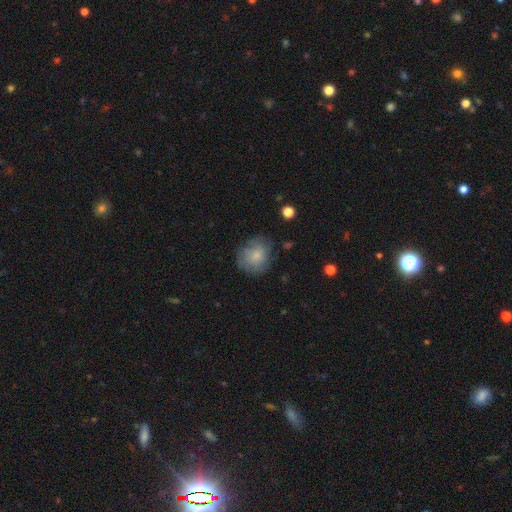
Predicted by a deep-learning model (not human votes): Smooth or featured?
  - smooth: 69% *
  - featured or disk: 23%
  - star or artifact: 8%
How rounded?
  - round: 79% *
  - in between: 20%
  - cigar-shaped: 1%
Merging?
  - none: 67% *
  - minor disturbance: 22%
  - major disturbance: 9%
  - merger: 2%